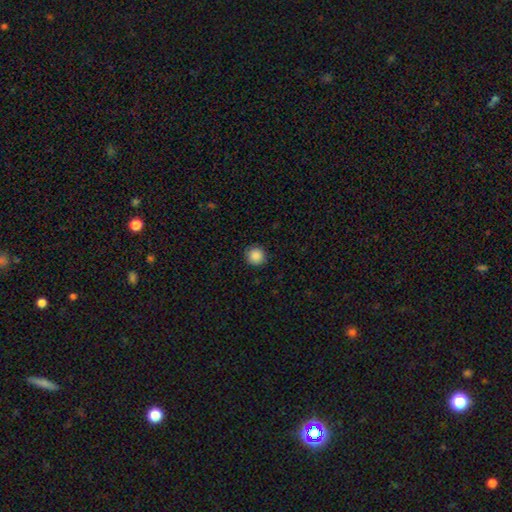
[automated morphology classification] Smooth or featured?
  - smooth: 88% *
  - star or artifact: 9%
  - featured or disk: 3%
How rounded?
  - round: 94% *
  - in between: 5%
  - cigar-shaped: 1%
Merging?
  - none: 89% *
  - minor disturbance: 8%
  - major disturbance: 2%
  - merger: 1%